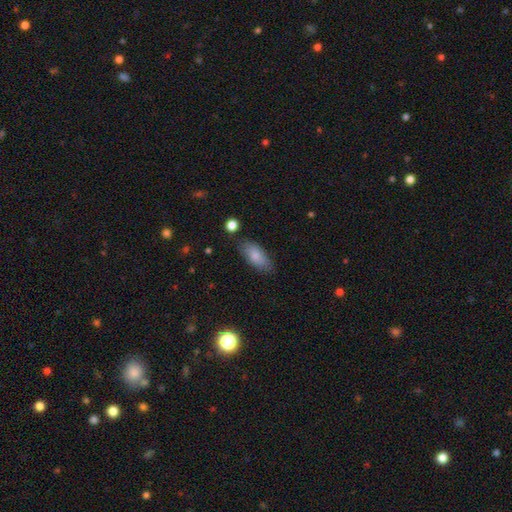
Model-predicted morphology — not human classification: Smooth or featured? Predicted: smooth (p=0.81). How rounded? Predicted: in between (p=0.87). Merging? Predicted: none (p=0.77).